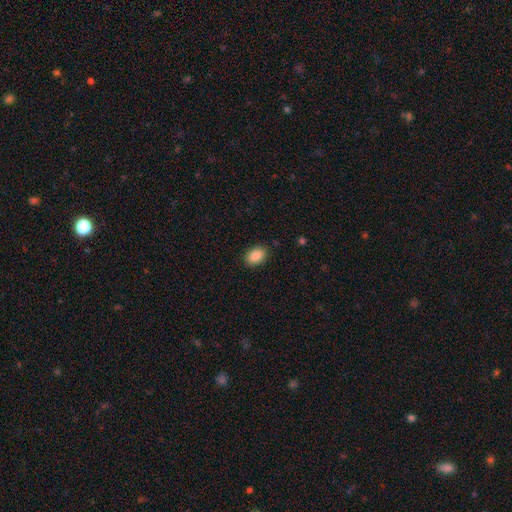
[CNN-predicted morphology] Smooth or featured? smooth (87%)
How rounded? in between (83%)
Merging? none (88%)